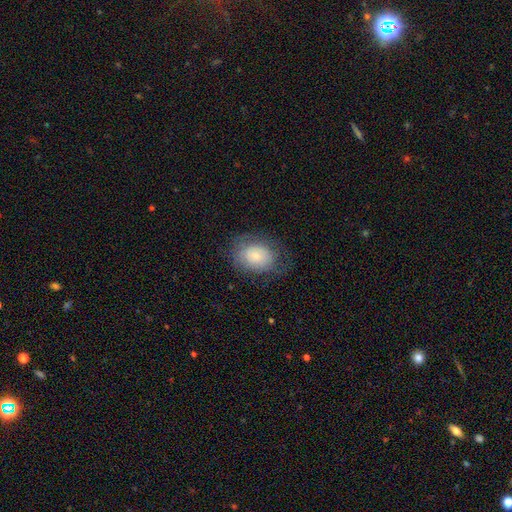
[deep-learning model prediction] This is likely a smooth galaxy (69%). How rounded: likely in between (65%). Merging: likely none (67%).